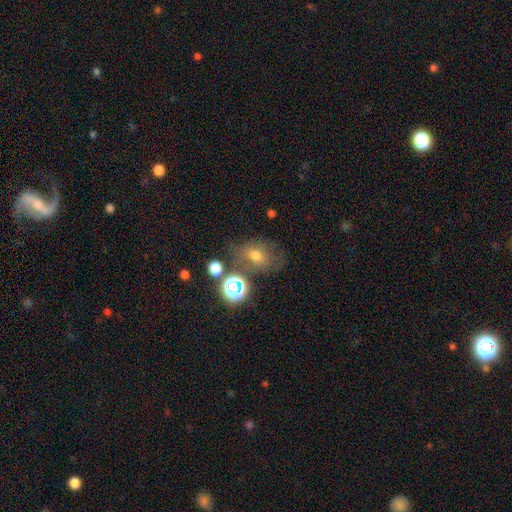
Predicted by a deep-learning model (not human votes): smooth-or-featured: smooth: 60% | star or artifact: 21% | featured or disk: 18%
  how-rounded: in between: 54% | round: 45% | cigar-shaped: 1%
  merging: none: 56% | minor disturbance: 20% | major disturbance: 13% | merger: 12%